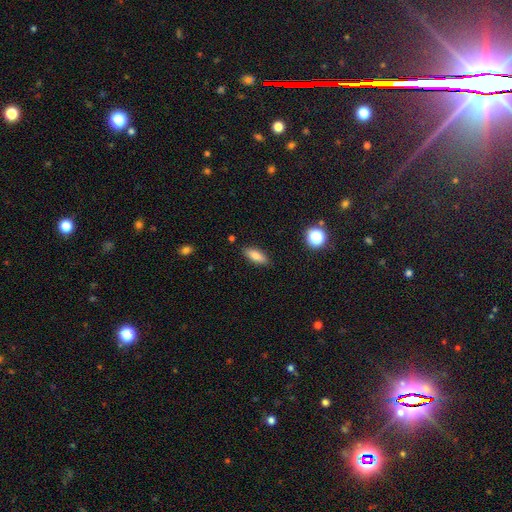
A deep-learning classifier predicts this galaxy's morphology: This is likely a smooth galaxy (80%). How rounded: likely in between (66%). Merging: clearly none (87%).